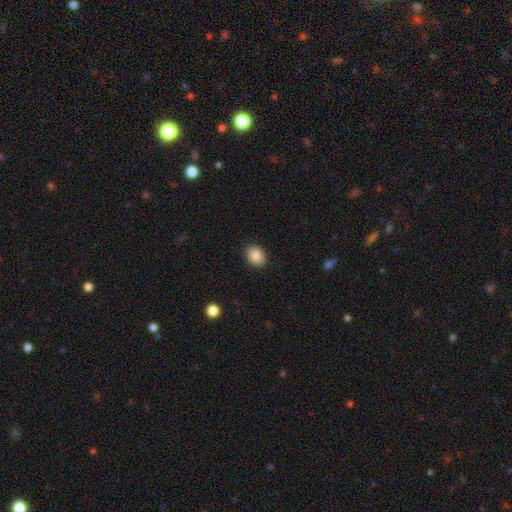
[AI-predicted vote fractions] Smooth or featured: smooth — 88% (star or artifact — 8%)
How rounded: in between — 69% (round — 30%)
Merging: none — 88% (minor disturbance — 8%)